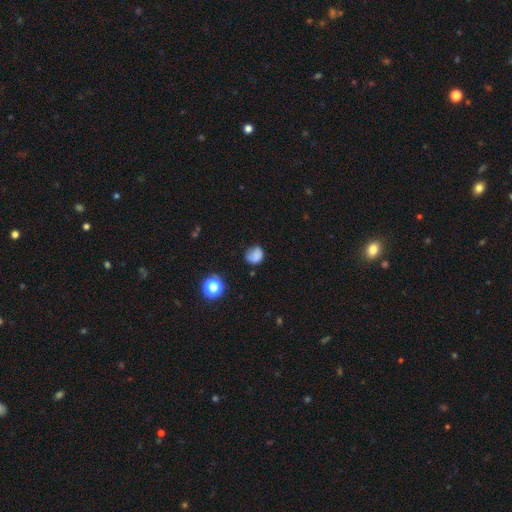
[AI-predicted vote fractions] smooth_or_featured: smooth (p=0.77) [alt: star or artifact p=0.13]
how_rounded: round (p=0.67) [alt: in between p=0.32]
merging: none (p=0.61) [alt: minor disturbance p=0.27]